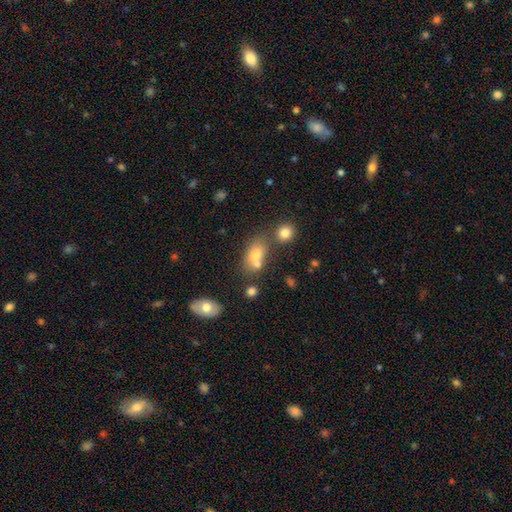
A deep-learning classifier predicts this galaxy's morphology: This is likely a smooth galaxy (70%). How rounded: likely in between (74%). Merging: possibly none (45%).